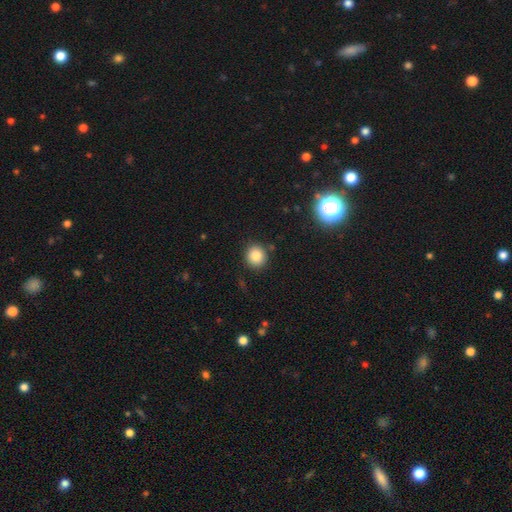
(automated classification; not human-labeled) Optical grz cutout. It shows a smooth galaxy with no disk features (84%) that is round (90%). Merging: none (87%).